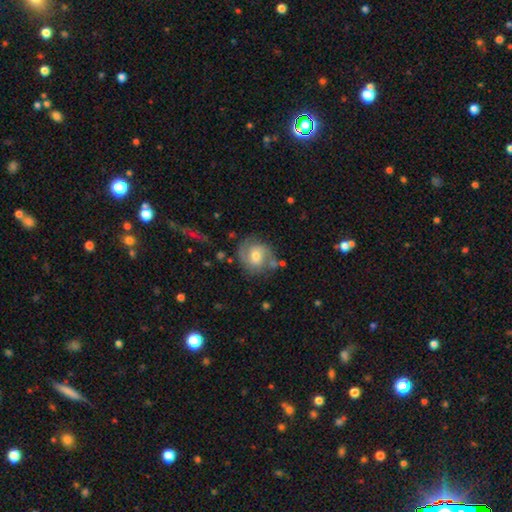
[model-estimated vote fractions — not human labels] Smooth or featured? featured or disk (67%)
Edge-on disk? no (97%)
Bar? no (49%)
Spiral arms? yes (89%)
Spiral winding? medium (47%)
Spiral arm count? 2 (81%)
Bulge size? moderate (67%)
Merging? none (70%)